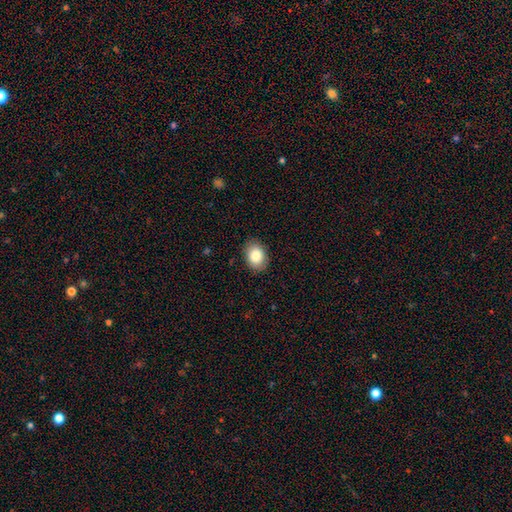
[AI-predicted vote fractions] Smooth or featured? Predicted: smooth (p=0.85). How rounded? Predicted: in between (p=0.70). Merging? Predicted: none (p=0.88).